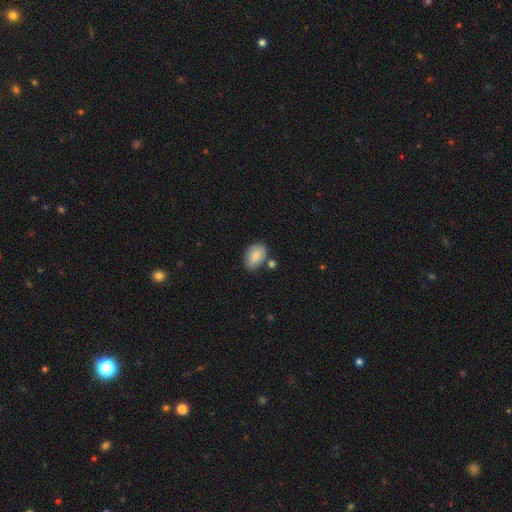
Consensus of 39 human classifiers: Q: Smooth or featured?
A: smooth (85%); runner-up: featured or disk (13%)
Q: How rounded?
A: in between (88%); runner-up: round (12%)
Q: Merging?
A: none (58%); runner-up: minor disturbance (24%)